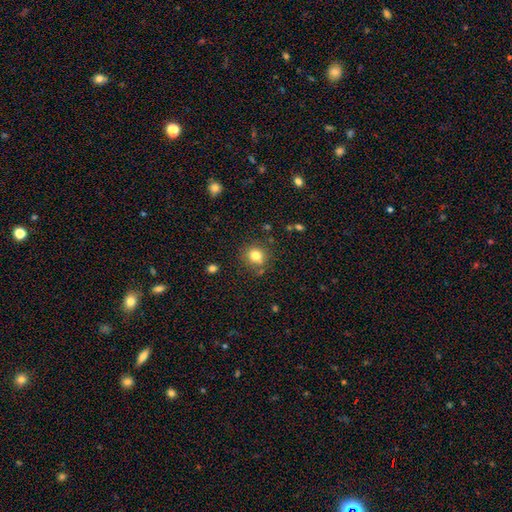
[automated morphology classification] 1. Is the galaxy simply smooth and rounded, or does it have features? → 80% smooth, 13% star or artifact, 8% featured or disk.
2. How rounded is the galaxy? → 87% round, 12% in between, 1% cigar-shaped.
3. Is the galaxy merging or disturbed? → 79% none, 12% minor disturbance, 5% merger, 4% major disturbance.